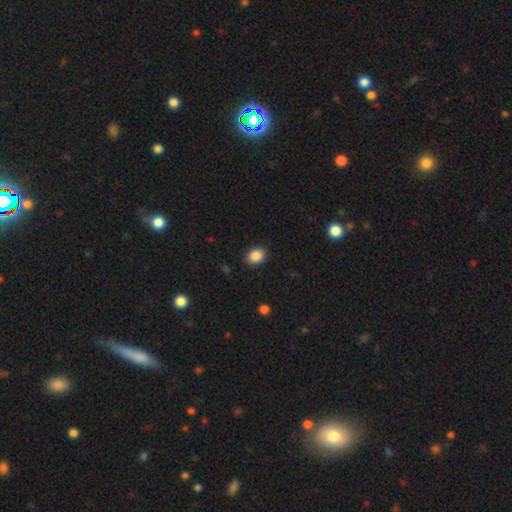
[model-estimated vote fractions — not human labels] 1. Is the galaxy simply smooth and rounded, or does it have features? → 88% smooth, 8% star or artifact, 4% featured or disk.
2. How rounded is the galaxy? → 60% in between, 39% round, 1% cigar-shaped.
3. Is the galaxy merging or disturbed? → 88% none, 8% minor disturbance, 2% major disturbance, 1% merger.